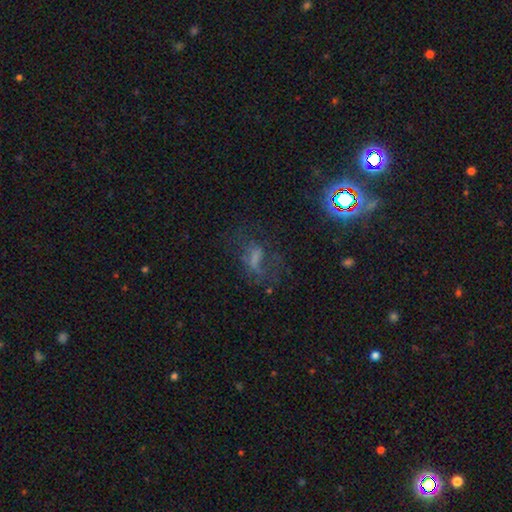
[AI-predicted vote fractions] The model was most divided on "smooth or featured": featured or disk: 39%, star or artifact: 33%, smooth: 28%. More confident: merging — none (50%).